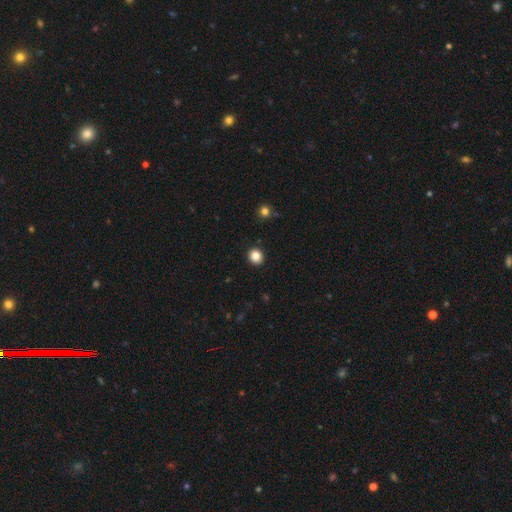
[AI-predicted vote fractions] Smooth or featured?
  - smooth: 85% *
  - star or artifact: 11%
  - featured or disk: 4%
How rounded?
  - round: 84% *
  - in between: 15%
  - cigar-shaped: 1%
Merging?
  - none: 92% *
  - minor disturbance: 5%
  - major disturbance: 2%
  - merger: 1%